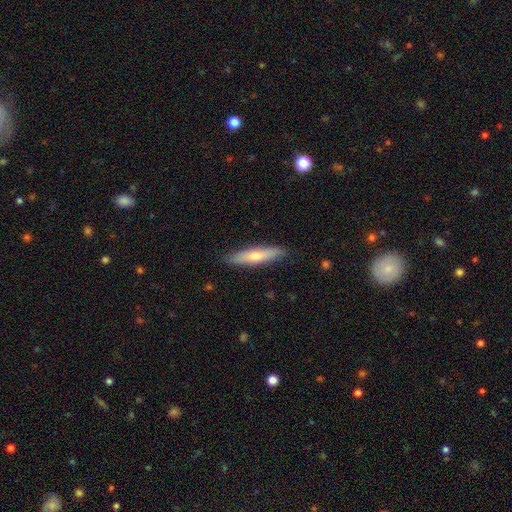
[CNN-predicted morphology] Smooth or featured: smooth — 60% (featured or disk — 34%)
How rounded: cigar-shaped — 81% (in between — 17%)
Merging: none — 87% (minor disturbance — 10%)